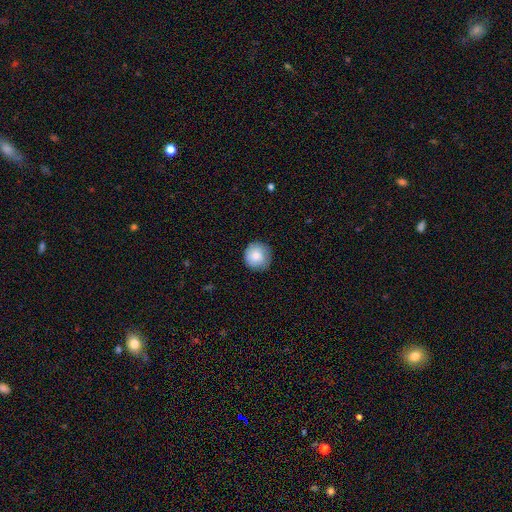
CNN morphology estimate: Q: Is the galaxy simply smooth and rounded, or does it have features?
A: smooth — 82%.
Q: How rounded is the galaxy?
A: round — 94%.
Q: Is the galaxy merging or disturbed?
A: none — 85%.